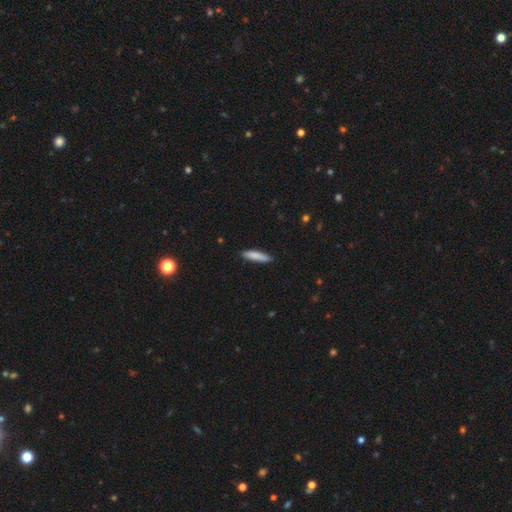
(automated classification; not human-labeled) Smooth or featured? Predicted: smooth (p=0.83). How rounded? Predicted: cigar-shaped (p=0.81). Merging? Predicted: none (p=0.87).